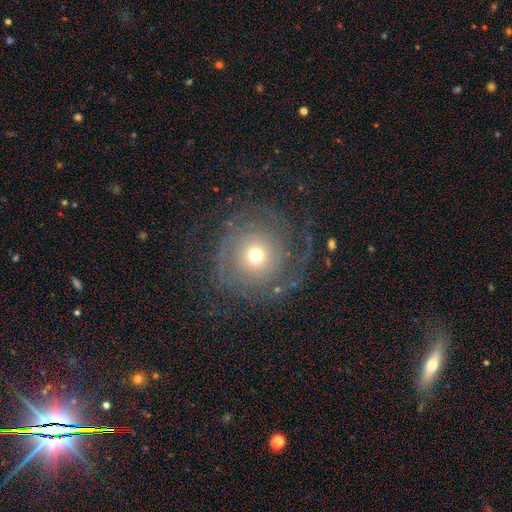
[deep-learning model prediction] featured or disk 64%, smooth 25%, star or artifact 11%. Down the decision tree: edge-on disk — no (97%); bar — no (85%); spiral arms — yes (77%); bulge size — moderate (51%); merging — none (69%).